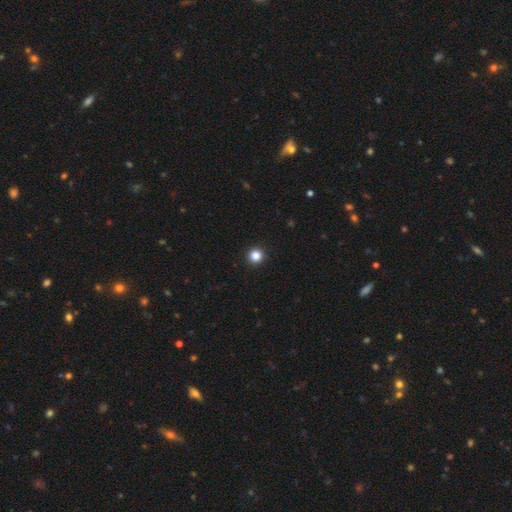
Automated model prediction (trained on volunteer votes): A smooth galaxy with no disk features (86%) that is round (95%). Merging: none (94%).